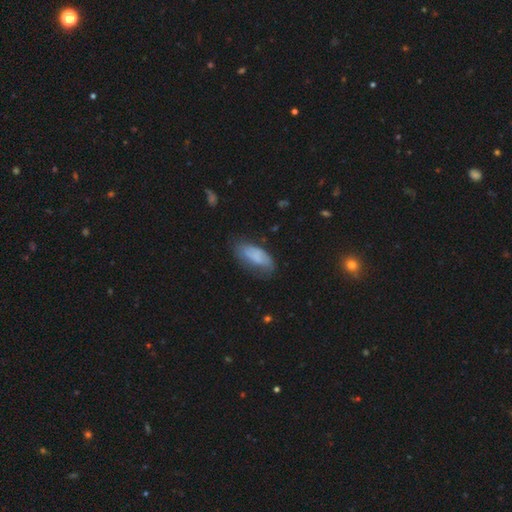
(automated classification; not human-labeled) Smooth or featured? smooth (69%)
How rounded? in between (83%)
Merging? none (53%)